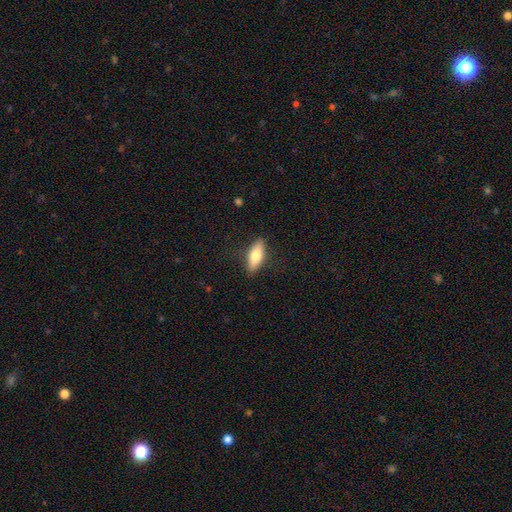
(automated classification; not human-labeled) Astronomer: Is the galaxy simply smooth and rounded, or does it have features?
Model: smooth — 70%.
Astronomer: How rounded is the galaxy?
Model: in between — 66%.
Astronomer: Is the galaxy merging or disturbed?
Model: none — 86%.